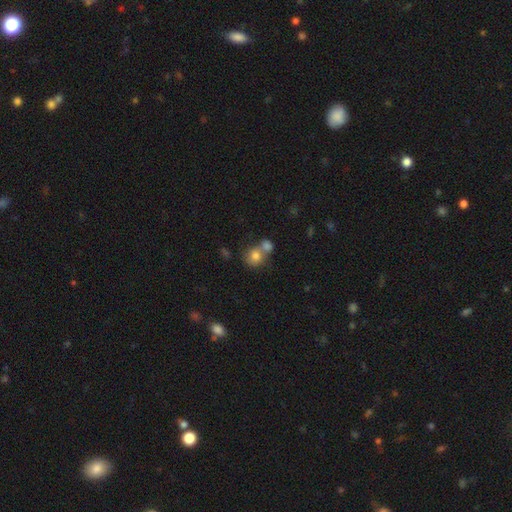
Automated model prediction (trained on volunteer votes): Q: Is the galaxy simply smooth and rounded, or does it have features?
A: smooth — 78%.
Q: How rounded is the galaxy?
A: round — 77%.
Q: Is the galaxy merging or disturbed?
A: merger — 48%.